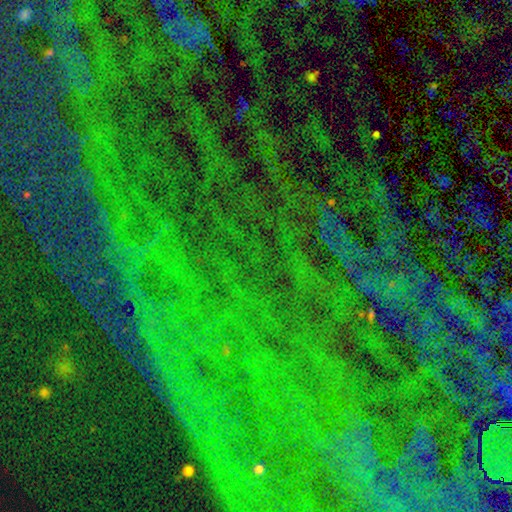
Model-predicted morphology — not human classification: Smooth or featured? star or artifact (85%)